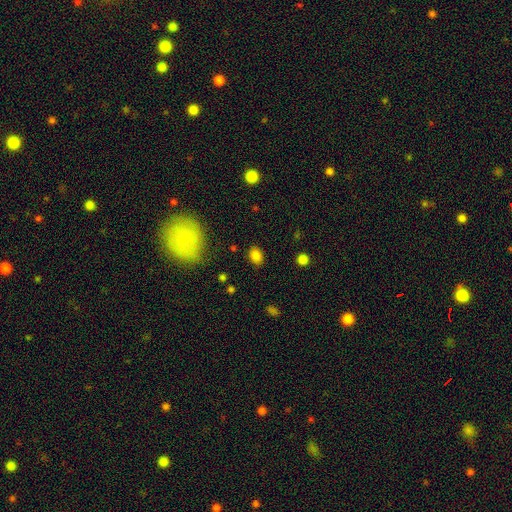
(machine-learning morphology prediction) This is clearly a smooth galaxy (84%). How rounded: likely in between (69%). Merging: clearly none (85%).